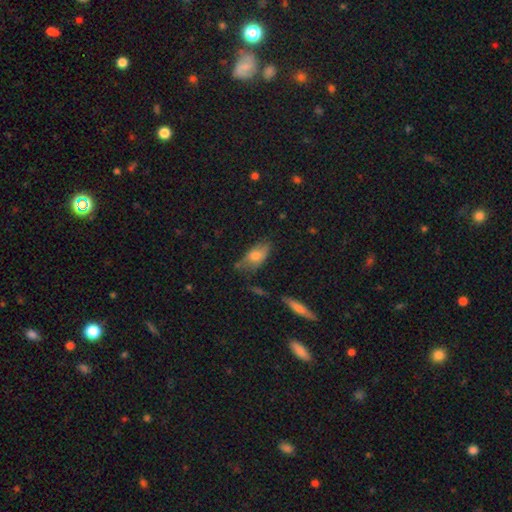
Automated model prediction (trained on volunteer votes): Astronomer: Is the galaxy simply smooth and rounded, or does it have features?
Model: smooth — 71%.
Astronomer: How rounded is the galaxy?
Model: in between — 86%.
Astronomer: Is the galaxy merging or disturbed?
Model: none — 62%.